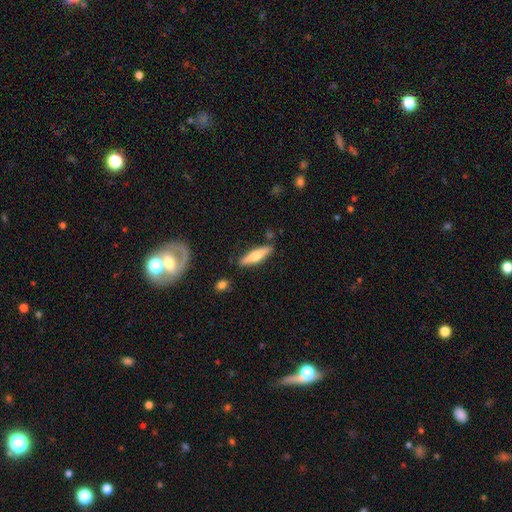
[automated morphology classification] A smooth galaxy with no disk features (54%) that is cigar-shaped (74%).

Vote fractions:
- Smooth or featured? smooth: 54% / featured or disk: 40% / star or artifact: 6%
- How rounded? cigar-shaped: 74% / in between: 24% / round: 2%
- Merging? none: 84% / minor disturbance: 11% / merger: 3% / major disturbance: 2%